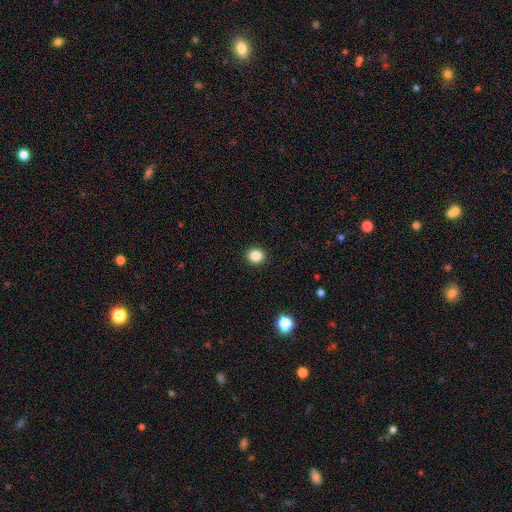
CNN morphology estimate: smooth 85%, star or artifact 11%, featured or disk 4%. Down the decision tree: how rounded — round (81%); merging — none (92%).